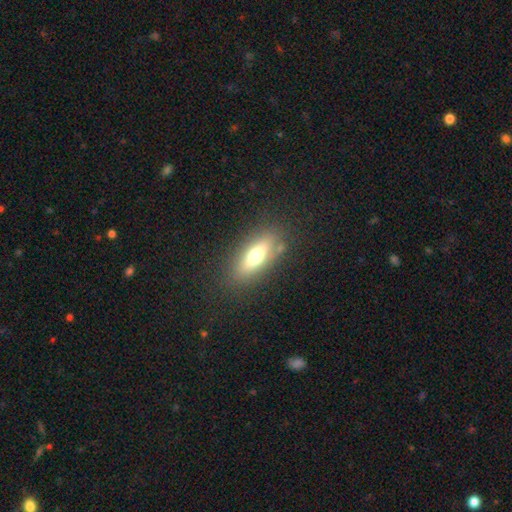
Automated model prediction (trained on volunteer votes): Smooth or featured?
  - smooth: 60% *
  - featured or disk: 31%
  - star or artifact: 9%
How rounded?
  - in between: 66% *
  - cigar-shaped: 30%
  - round: 4%
Merging?
  - none: 81% *
  - minor disturbance: 12%
  - major disturbance: 5%
  - merger: 2%